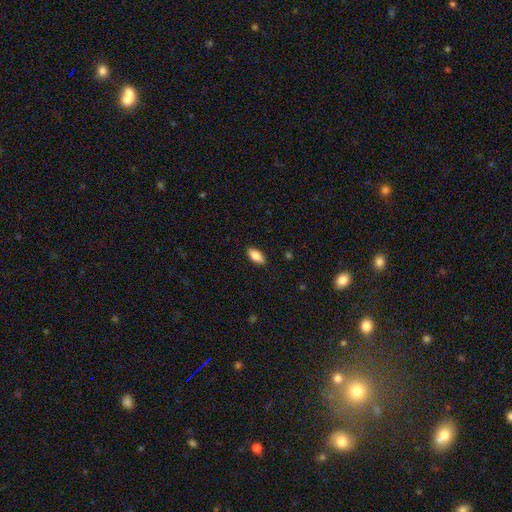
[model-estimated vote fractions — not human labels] This appears to be a smooth galaxy with no disk features (85%) that is in between round and cigar-shaped (88%). Merging: none (87%).